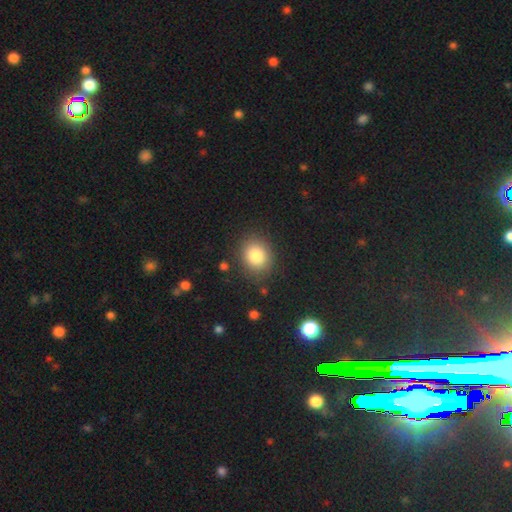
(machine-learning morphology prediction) type=smooth (84%); roundness=round (66%); merging=none (85%).